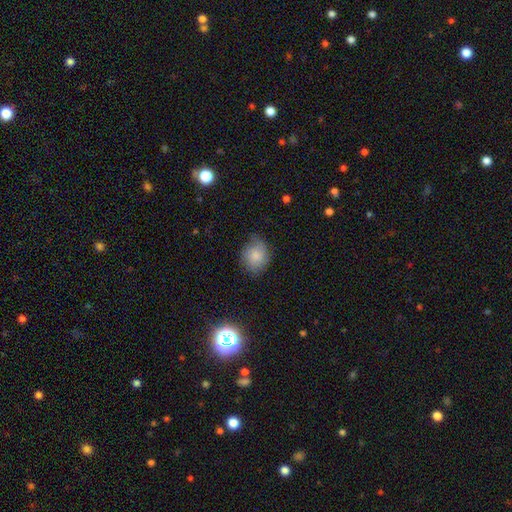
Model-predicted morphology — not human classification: A smooth galaxy with no disk features (75%) that is round (63%).

Vote fractions:
- Smooth or featured? smooth: 75% / featured or disk: 16% / star or artifact: 8%
- How rounded? round: 63% / in between: 36% / cigar-shaped: 1%
- Merging? none: 63% / minor disturbance: 28% / major disturbance: 7% / merger: 1%